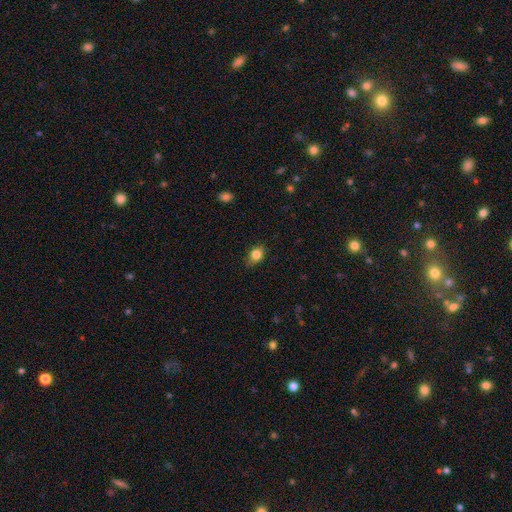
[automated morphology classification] Smooth or featured?
  - smooth: 82% *
  - star or artifact: 9%
  - featured or disk: 9%
How rounded?
  - in between: 63% *
  - round: 35%
  - cigar-shaped: 2%
Merging?
  - none: 78% *
  - minor disturbance: 17%
  - major disturbance: 3%
  - merger: 1%